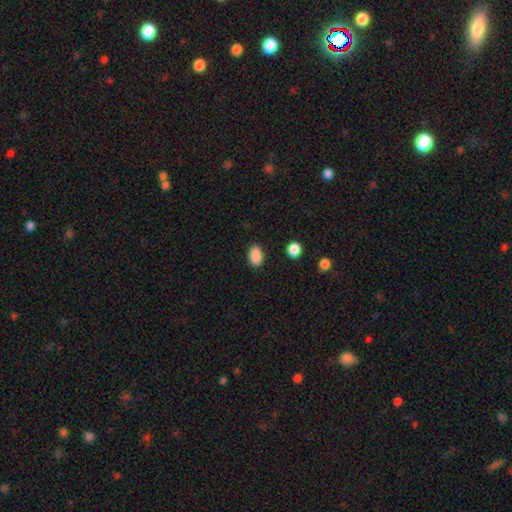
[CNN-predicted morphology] Smooth or featured? smooth (89%)
How rounded? in between (86%)
Merging? none (88%)